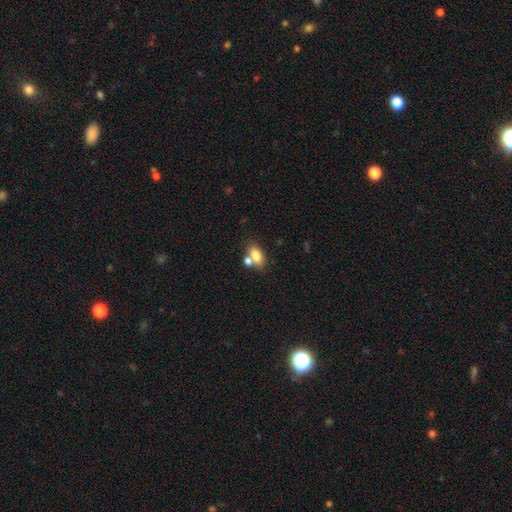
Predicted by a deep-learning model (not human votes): The model was most divided on "merging": none: 48%, merger: 37%, minor disturbance: 11%, major disturbance: 4%. More confident: how rounded — in between (84%); smooth or featured — smooth (77%).